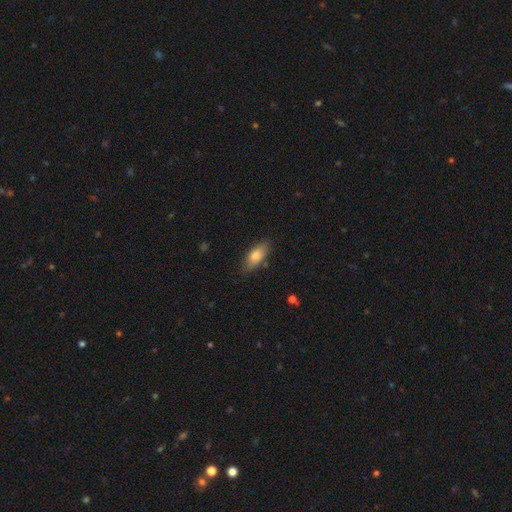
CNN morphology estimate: This is likely a smooth galaxy (76%). How rounded: clearly in between (82%). Merging: likely none (79%).